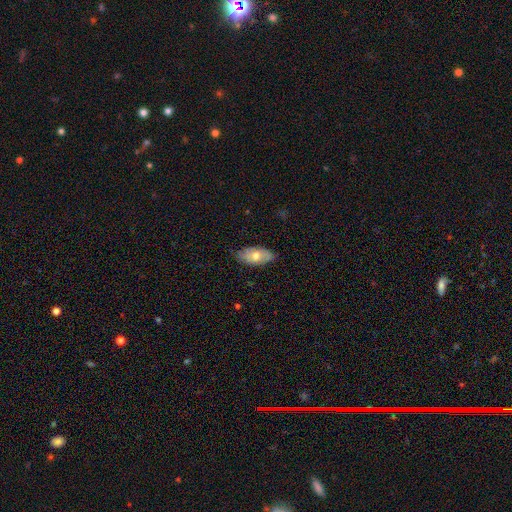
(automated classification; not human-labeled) This appears to be a smooth galaxy with no disk features (61%) that is in between round and cigar-shaped (92%). Merging: none (80%).